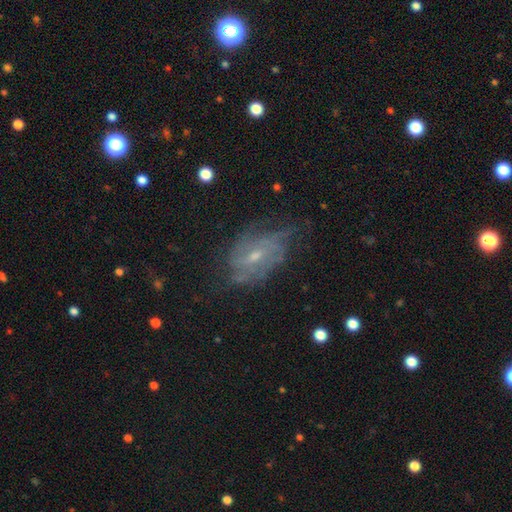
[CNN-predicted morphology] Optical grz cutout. It shows a featured or disk galaxy (74%) with no bar (47%), tight (42%) spiral arms (83%) and a small central bulge (59%). Merging: none (57%).